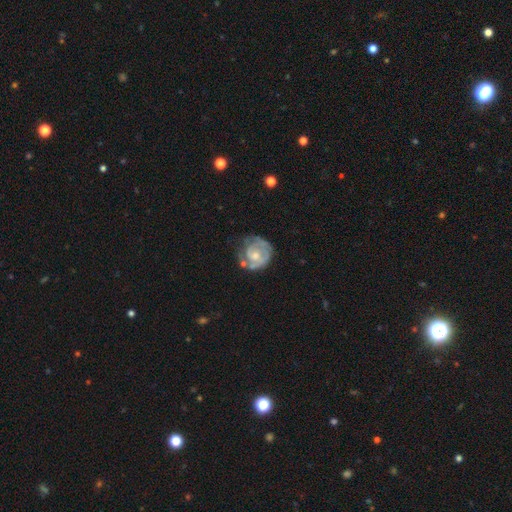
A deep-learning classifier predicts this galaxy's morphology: Smooth or featured?
  - featured or disk: 75% *
  - smooth: 20%
  - star or artifact: 5%
Edge-on disk?
  - no: 98% *
  - yes: 2%
Bar?
  - no: 70% *
  - weak: 26%
  - strong: 4%
Spiral arms?
  - yes: 83% *
  - no: 17%
Spiral winding?
  - tight: 66% *
  - medium: 25%
  - loose: 9%
Spiral arm count?
  - 2: 39% *
  - can't tell: 27%
  - 1: 22%
  - 3: 8%
  - 4: 2%
  - more than 4: 2%
Bulge size?
  - moderate: 57% *
  - small: 33%
  - large: 5%
  - none: 4%
  - dominant: 1%
Merging?
  - none: 55% *
  - minor disturbance: 25%
  - major disturbance: 14%
  - merger: 6%